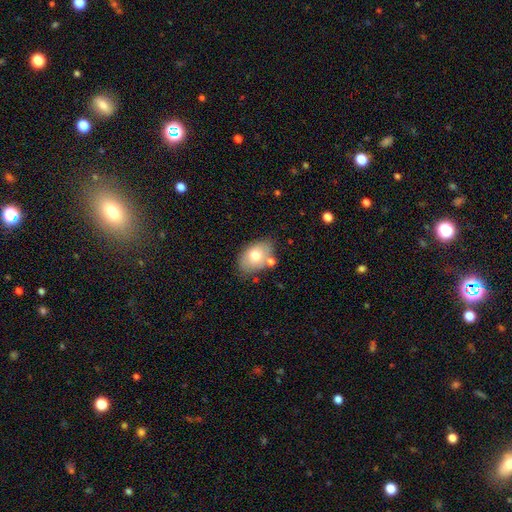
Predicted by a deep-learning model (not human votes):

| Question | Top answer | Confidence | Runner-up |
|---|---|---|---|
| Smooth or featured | smooth | 72% | featured or disk (20%) |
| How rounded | in between | 84% | round (15%) |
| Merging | none | 67% | minor disturbance (18%) |